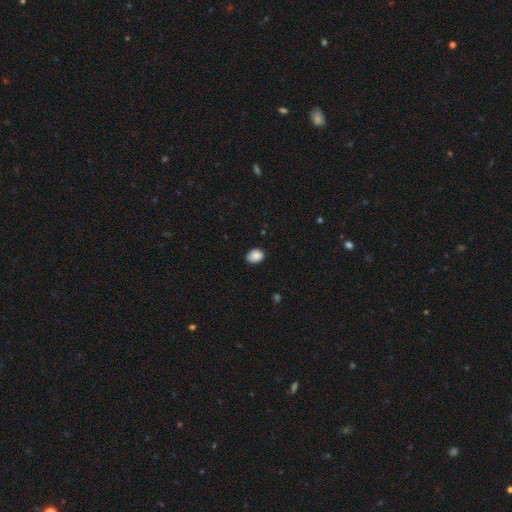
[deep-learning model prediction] Q: Smooth or featured?
A: smooth (87%); runner-up: star or artifact (8%)
Q: How rounded?
A: in between (65%); runner-up: round (34%)
Q: Merging?
A: none (80%); runner-up: minor disturbance (17%)